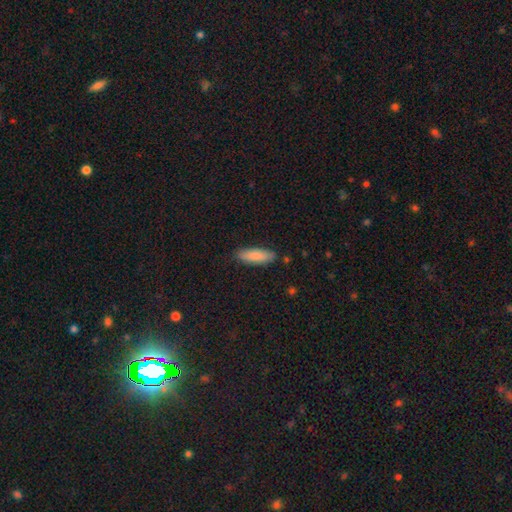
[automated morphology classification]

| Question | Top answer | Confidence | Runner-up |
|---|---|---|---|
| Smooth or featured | smooth | 86% | featured or disk (8%) |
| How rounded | cigar-shaped | 49% | tied: in between (49%) |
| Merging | none | 85% | minor disturbance (11%) |